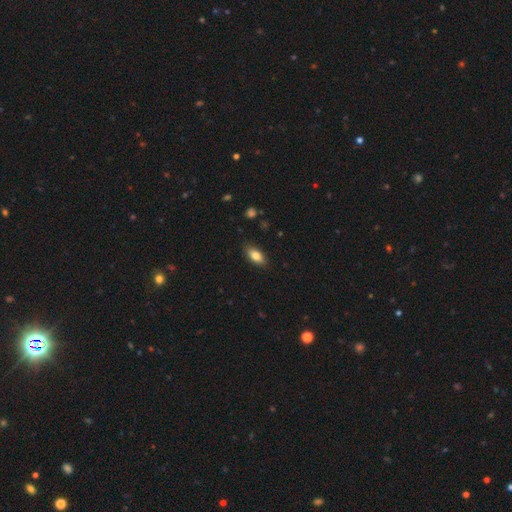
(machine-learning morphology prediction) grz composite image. It shows a smooth galaxy with no disk features (81%) that is in between round and cigar-shaped (88%). Merging: none (86%).